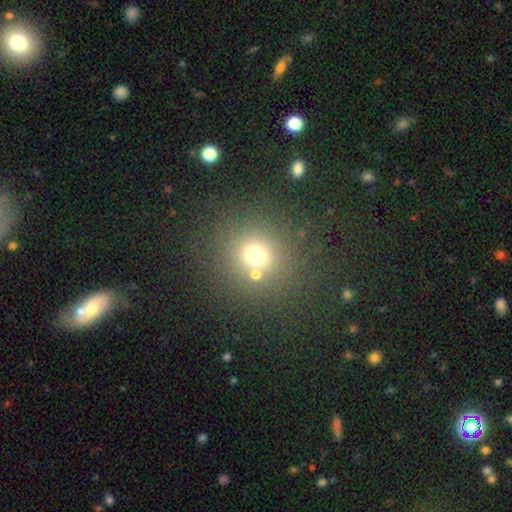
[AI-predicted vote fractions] Smooth or featured? smooth (66%)
How rounded? round (89%)
Merging? none (73%)